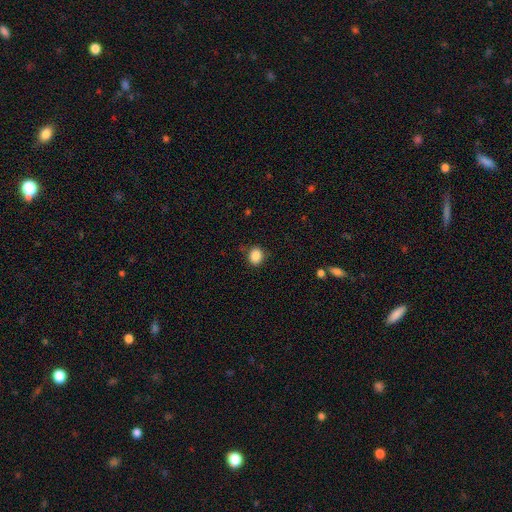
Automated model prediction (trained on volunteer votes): smooth_or_featured: smooth (p=0.87) [alt: star or artifact p=0.09]
how_rounded: round (p=0.60) [alt: in between p=0.39]
merging: none (p=0.83) [alt: minor disturbance p=0.12]